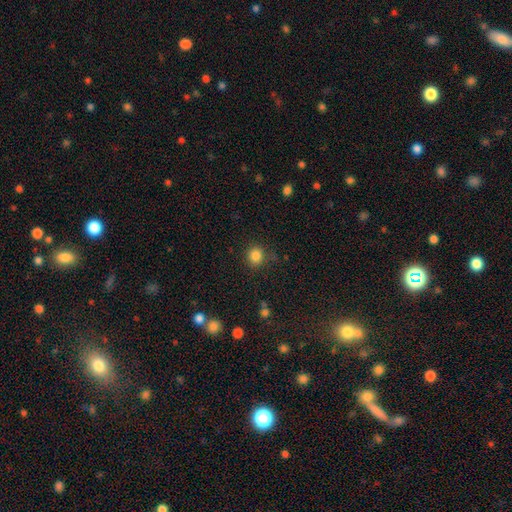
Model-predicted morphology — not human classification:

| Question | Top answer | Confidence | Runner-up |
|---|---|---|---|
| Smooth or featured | smooth | 84% | star or artifact (12%) |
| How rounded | round | 85% | in between (14%) |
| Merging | none | 83% | minor disturbance (11%) |